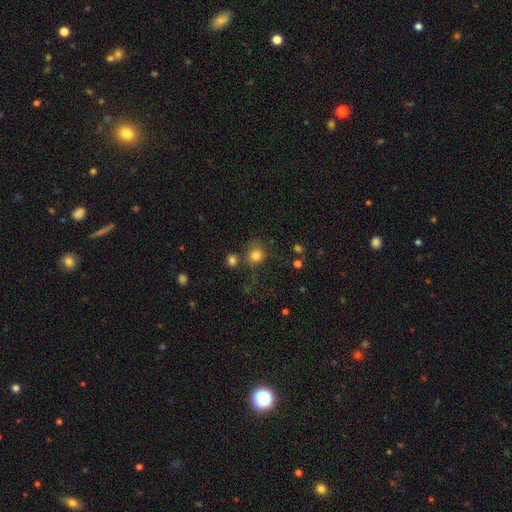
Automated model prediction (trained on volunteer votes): The model was most divided on "merging": none: 62%, minor disturbance: 16%, merger: 14%, major disturbance: 9%. More confident: how rounded — round (83%); smooth or featured — smooth (79%).